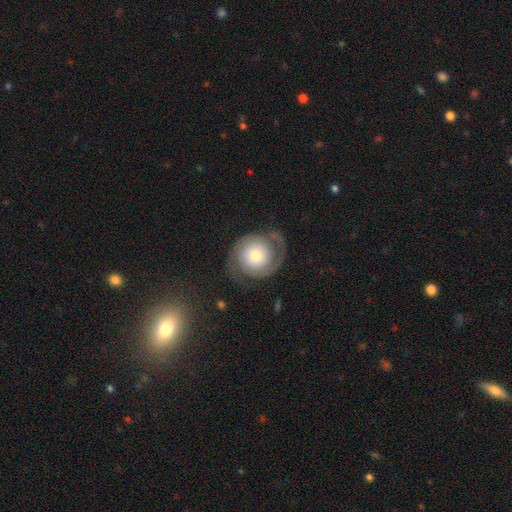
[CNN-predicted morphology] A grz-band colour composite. It shows a featured or disk galaxy (67%) with no bar (80%), 2 (78%) tight (52%) spiral arms (88%) and a moderate central bulge (44%). Merging: none (65%).